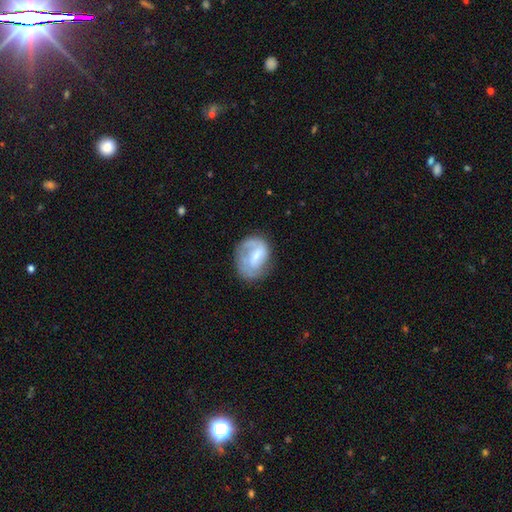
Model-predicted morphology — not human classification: The model was most divided on "bulge size": small: 41%, moderate: 32%, none: 20%, large: 6%, dominant: 1%. Remaining: edge-on disk — no (97%); spiral arms — yes (72%); smooth or featured — featured or disk (57%); merging — none (56%); bar — weak (50%).